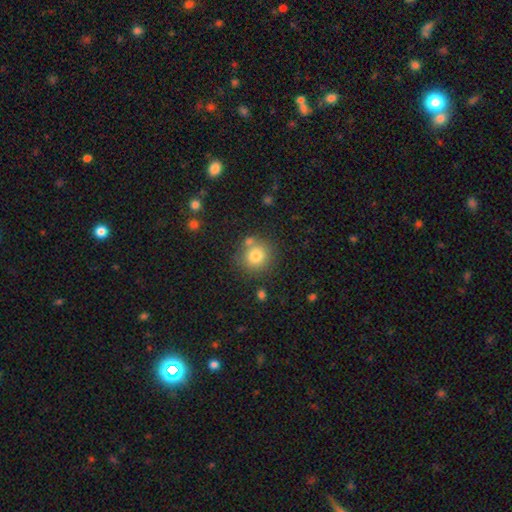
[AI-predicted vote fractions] This appears to be a smooth galaxy with no disk features (80%) that is round (89%). Merging: none (71%).